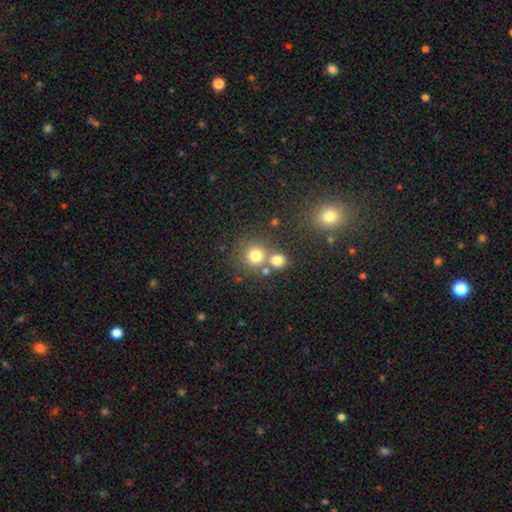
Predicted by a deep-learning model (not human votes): Smooth or featured? Predicted: smooth (p=0.76). How rounded? Predicted: round (p=0.89). Merging? Predicted: none (p=0.58).